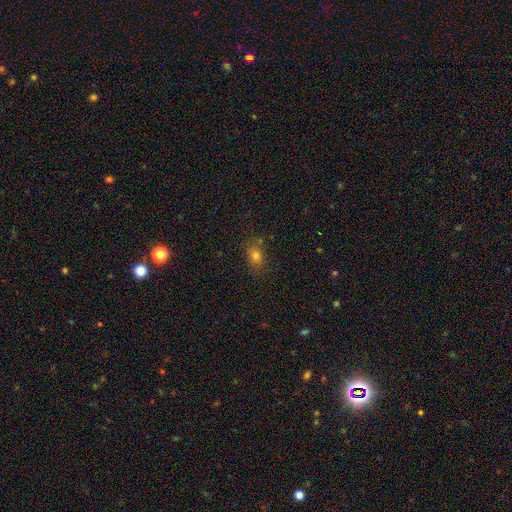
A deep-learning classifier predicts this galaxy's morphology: This appears to be a smooth galaxy with no disk features (72%) that is in between round and cigar-shaped (63%). Merging: none (79%).